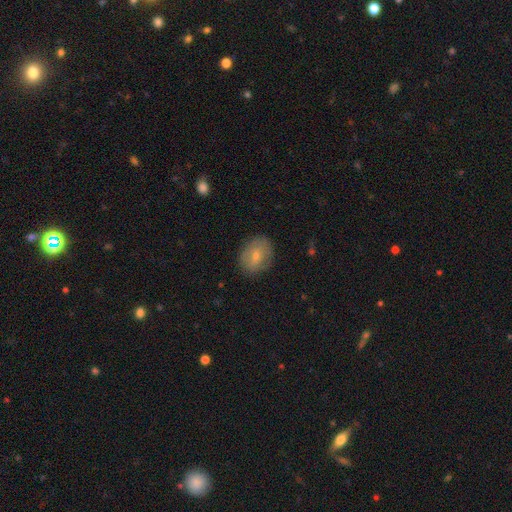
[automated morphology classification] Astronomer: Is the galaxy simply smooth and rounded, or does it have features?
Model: smooth — 67%.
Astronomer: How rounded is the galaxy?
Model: in between — 57% (runner-up: round, 42%).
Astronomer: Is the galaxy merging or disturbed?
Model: none — 80%.